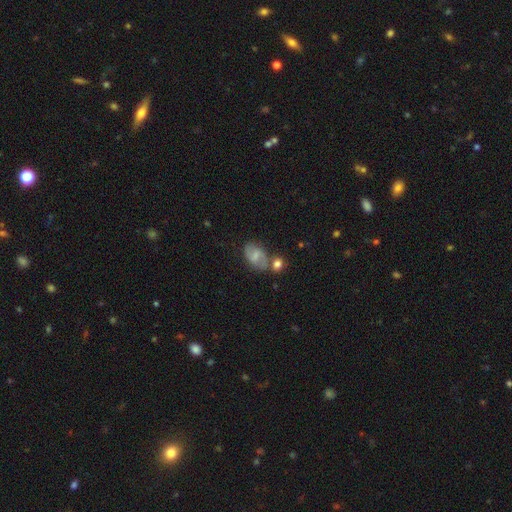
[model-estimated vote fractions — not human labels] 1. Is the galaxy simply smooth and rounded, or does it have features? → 62% featured or disk, 29% smooth, 8% star or artifact.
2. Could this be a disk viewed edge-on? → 97% no, 3% yes.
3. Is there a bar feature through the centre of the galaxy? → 54% weak, 29% no, 16% strong.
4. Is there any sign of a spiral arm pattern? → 89% yes, 11% no.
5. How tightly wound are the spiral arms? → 48% medium, 32% loose, 20% tight.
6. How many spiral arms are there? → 88% 2, 7% can't tell, 2% 1, 1% 3, 1% 4, 1% more than 4.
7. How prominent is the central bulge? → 47% small, 26% moderate, 22% none, 3% large, 1% dominant.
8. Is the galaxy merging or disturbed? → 61% none, 17% merger, 17% minor disturbance, 5% major disturbance.